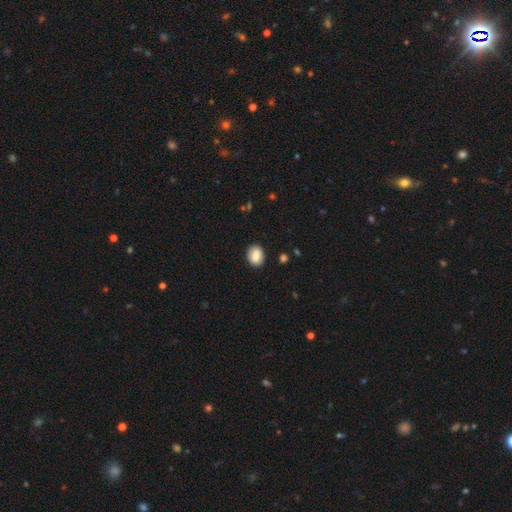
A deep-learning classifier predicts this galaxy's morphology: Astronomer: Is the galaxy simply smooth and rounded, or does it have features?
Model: smooth — 82%.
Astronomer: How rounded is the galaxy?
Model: in between — 58% (runner-up: round, 41%).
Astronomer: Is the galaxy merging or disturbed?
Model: none — 88%.